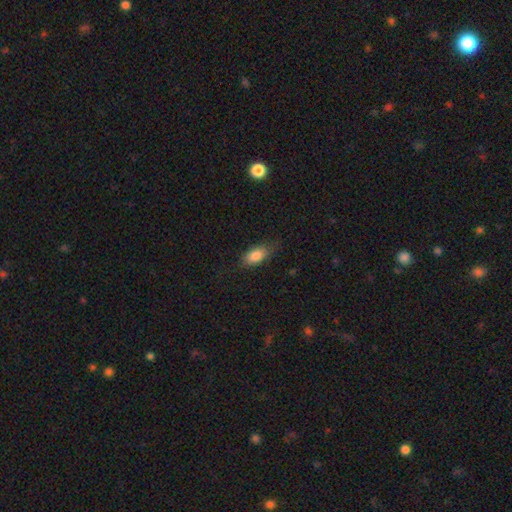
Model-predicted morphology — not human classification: A smooth galaxy with no disk features (82%) that is in between round and cigar-shaped (87%).

Vote fractions:
- Smooth or featured? smooth: 82% / featured or disk: 10% / star or artifact: 8%
- How rounded? in between: 87% / cigar-shaped: 9% / round: 5%
- Merging? none: 71% / minor disturbance: 21% / major disturbance: 6% / merger: 1%